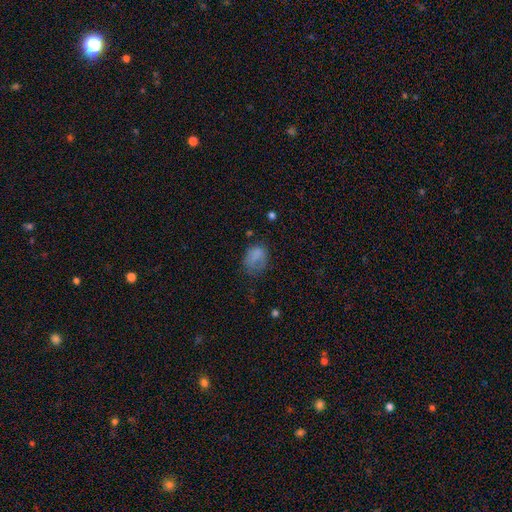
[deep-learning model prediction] A smooth galaxy with no disk features (74%) that is in between round and cigar-shaped (67%). Merging: none (44%).